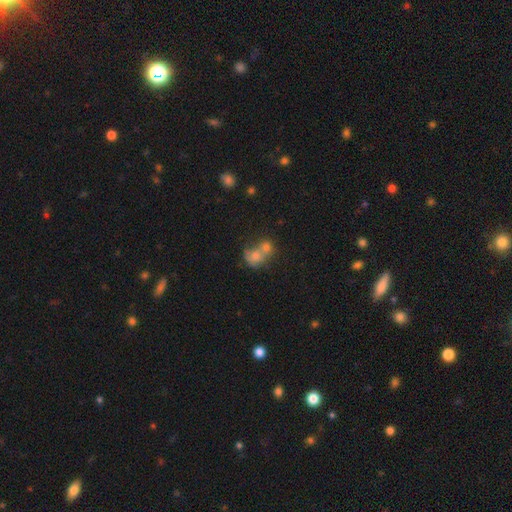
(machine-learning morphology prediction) smooth_or_featured: smooth (p=0.63) [alt: featured or disk p=0.22]
how_rounded: round (p=0.58) [alt: in between p=0.40]
merging: merger (p=0.67) [alt: none p=0.21]